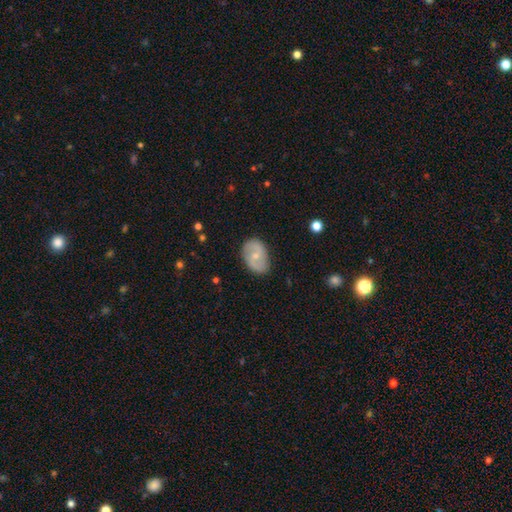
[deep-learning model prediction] Smooth or featured: featured or disk — 57% (smooth — 36%)
Edge-on disk: no — 96% (yes — 4%)
Bar: no — 57% (weak — 35%)
Spiral arms: yes — 76% (no — 24%)
Bulge size: small — 59% (moderate — 37%)
Merging: none — 79% (minor disturbance — 16%)